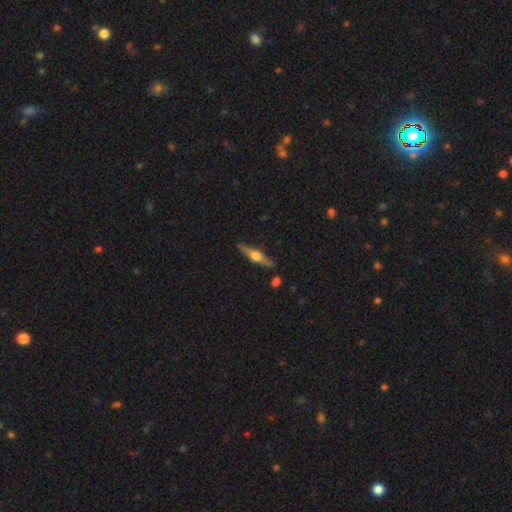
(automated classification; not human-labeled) featured or disk 73%, smooth 21%, star or artifact 5%. Down the decision tree: edge-on disk — yes (97%); edge-on bulge — rounded (94%); merging — none (87%).